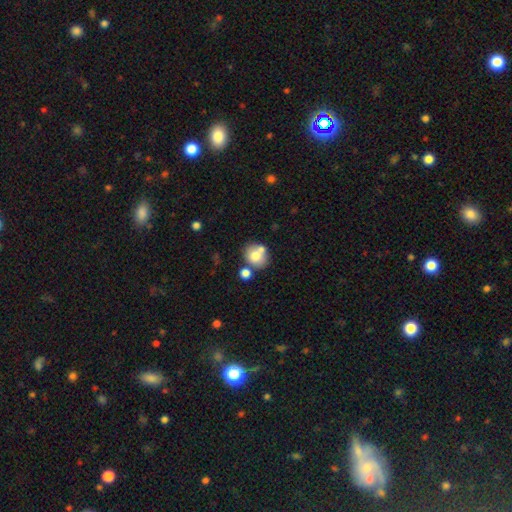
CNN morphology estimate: A smooth galaxy with no disk features (72%) that is round (72%).

Vote fractions:
- Smooth or featured? smooth: 72% / featured or disk: 19% / star or artifact: 10%
- How rounded? round: 72% / in between: 27% / cigar-shaped: 1%
- Merging? none: 53% / merger: 30% / minor disturbance: 12% / major disturbance: 4%